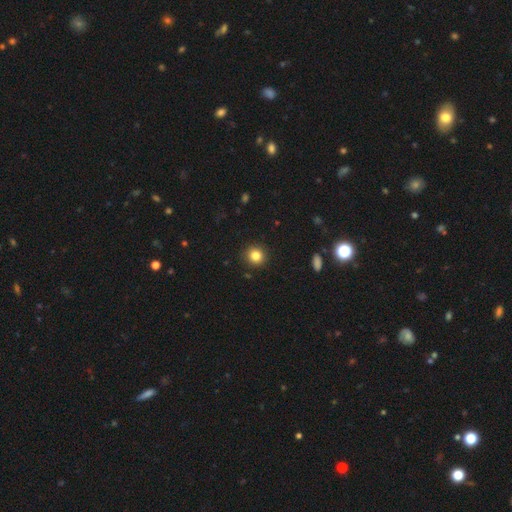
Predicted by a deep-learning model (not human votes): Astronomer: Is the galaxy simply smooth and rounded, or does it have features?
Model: smooth — 84%.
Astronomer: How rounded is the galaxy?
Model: round — 90%.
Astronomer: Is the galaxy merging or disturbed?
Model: none — 91%.